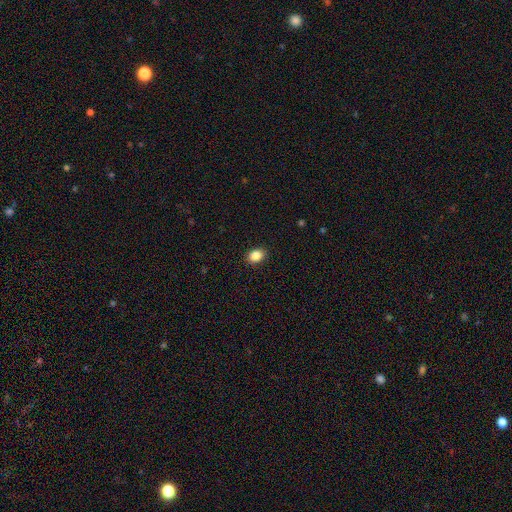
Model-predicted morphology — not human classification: Smooth or featured? Predicted: smooth (p=0.86). How rounded? Predicted: in between (p=0.68). Merging? Predicted: none (p=0.90).